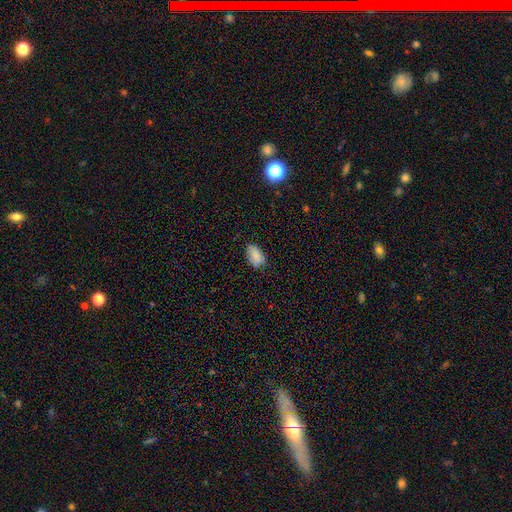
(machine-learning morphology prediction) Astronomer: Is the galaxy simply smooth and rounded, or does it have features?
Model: smooth — 85%.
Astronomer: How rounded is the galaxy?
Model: in between — 92%.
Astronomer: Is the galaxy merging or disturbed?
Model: none — 70%.